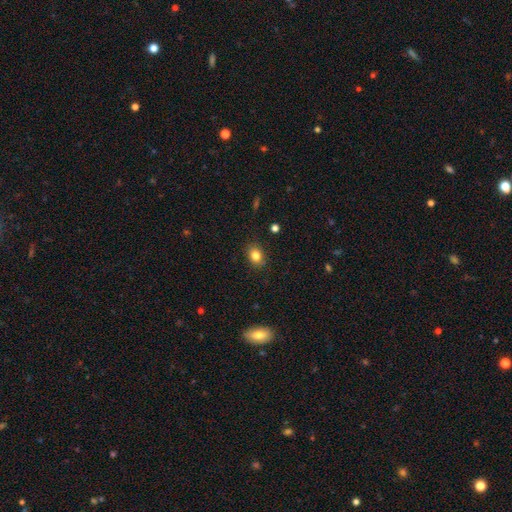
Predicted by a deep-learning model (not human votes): The model was most divided on "how rounded": in between: 59%, round: 39%, cigar-shaped: 1%. More confident: merging — none (86%); smooth or featured — smooth (82%).